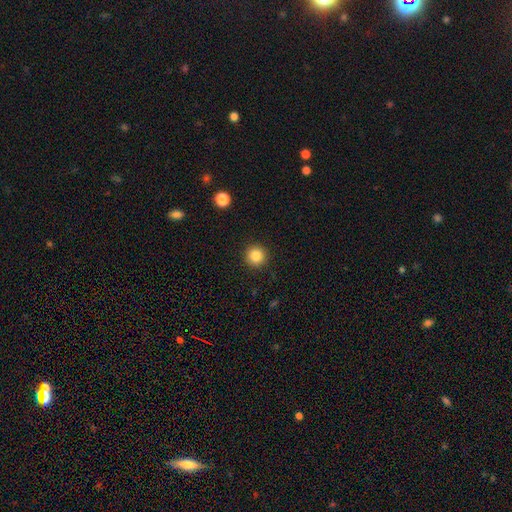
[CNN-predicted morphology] A smooth galaxy with no disk features (85%) that is round (95%).

Vote fractions:
- Smooth or featured? smooth: 85% / star or artifact: 11% / featured or disk: 4%
- How rounded? round: 95% / in between: 4% / cigar-shaped: 1%
- Merging? none: 92% / minor disturbance: 5% / major disturbance: 2% / merger: 1%